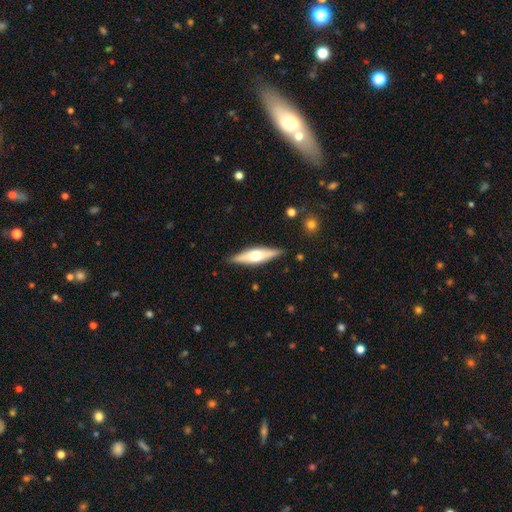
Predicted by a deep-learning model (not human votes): A featured or disk galaxy (61%) viewed edge-on (94%) with a rounded central bulge (90%).

Vote fractions:
- Smooth or featured? featured or disk: 61% / smooth: 33% / star or artifact: 6%
- Edge-on disk? yes: 94% / no: 6%
- Edge-on bulge? rounded: 90% / boxy: 7% / none: 2%
- Merging? none: 87% / minor disturbance: 10% / major disturbance: 2% / merger: 1%